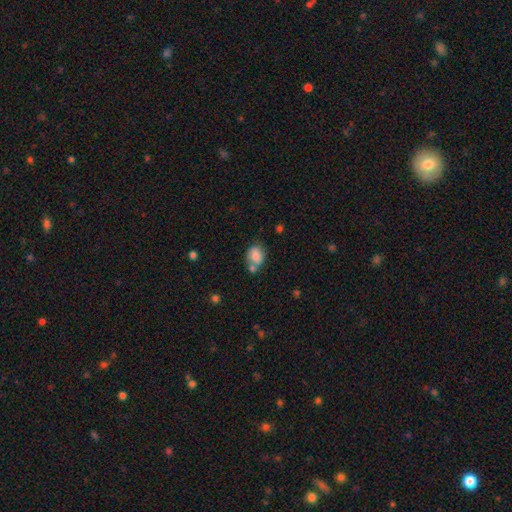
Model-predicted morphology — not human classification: This is likely a smooth galaxy (80%). How rounded: possibly in between (59%). Merging: possibly none (51%).